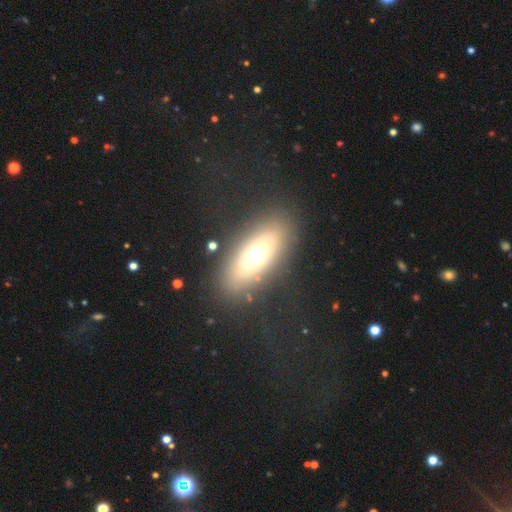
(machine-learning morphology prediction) This appears to be a smooth galaxy with no disk features (57%) that is in between round and cigar-shaped (74%). Merging: none (83%).